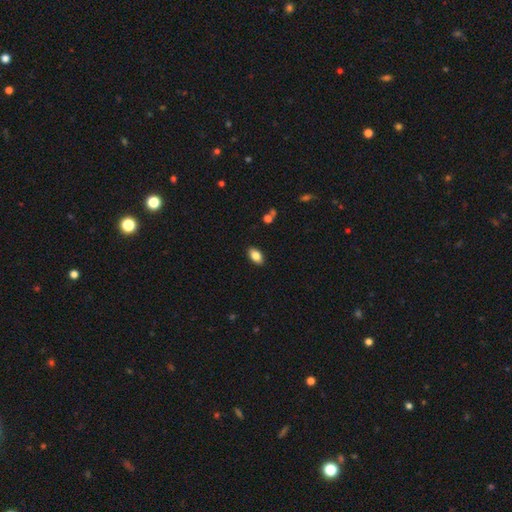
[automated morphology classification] Smooth or featured? Predicted: smooth (p=0.82). How rounded? Predicted: in between (p=0.92). Merging? Predicted: none (p=0.88).